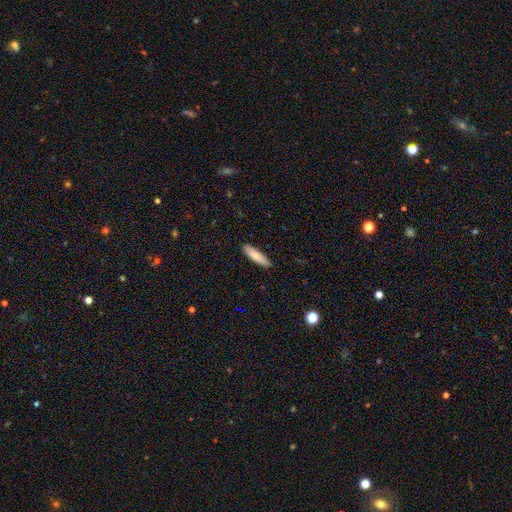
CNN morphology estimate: Overall: smooth (77%). How rounded: cigar-shaped (67%; in between 31%). Merging: none (90%).